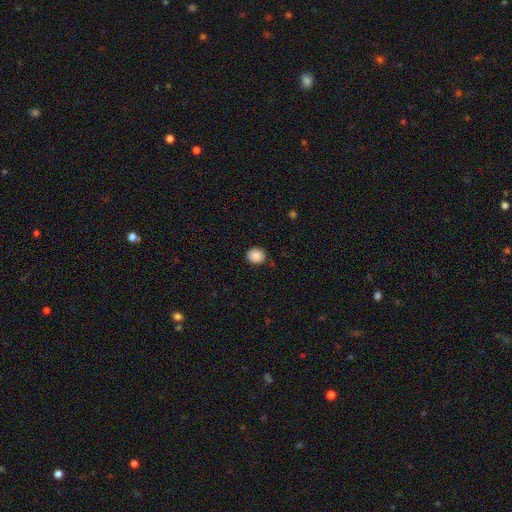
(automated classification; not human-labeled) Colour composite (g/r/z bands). It shows a smooth galaxy with no disk features (88%) that is round (78%). Merging: none (88%).